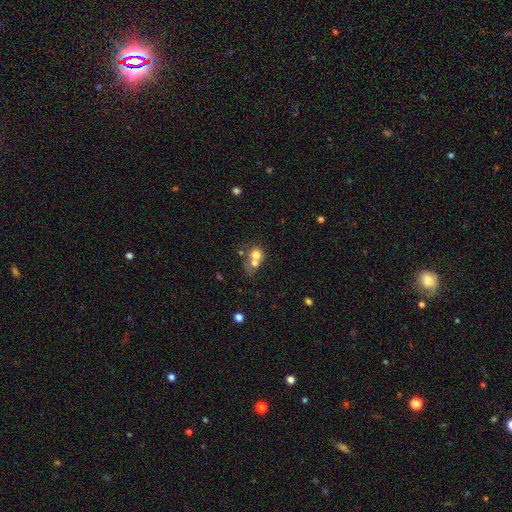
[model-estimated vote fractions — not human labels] A smooth galaxy with no disk features (67%) that is round (69%). Merging: merger (66%).